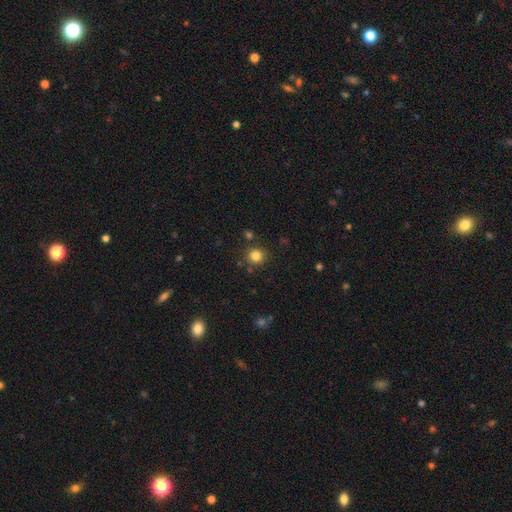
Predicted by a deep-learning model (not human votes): Overall: smooth (82%). How rounded: round (92%). Merging: none (85%).